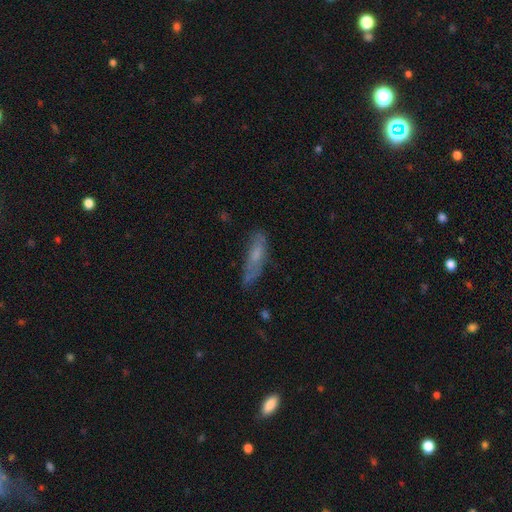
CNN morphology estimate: Q: Smooth or featured?
A: smooth (55%); runner-up: featured or disk (35%)
Q: How rounded?
A: cigar-shaped (69%); runner-up: in between (29%)
Q: Merging?
A: none (66%); runner-up: minor disturbance (25%)